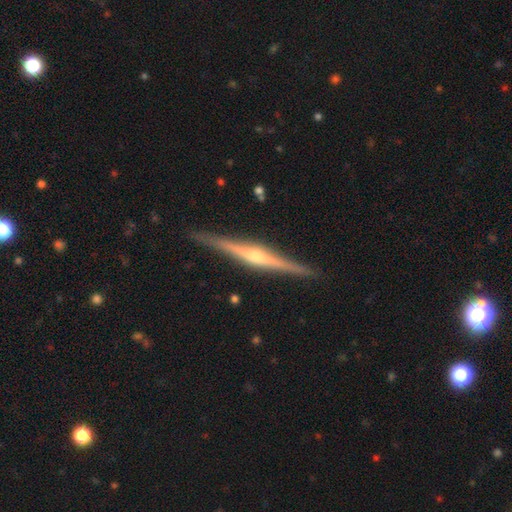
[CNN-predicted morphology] A featured or disk galaxy (85%) viewed edge-on (98%) with a rounded central bulge (84%). Merging: none (91%).